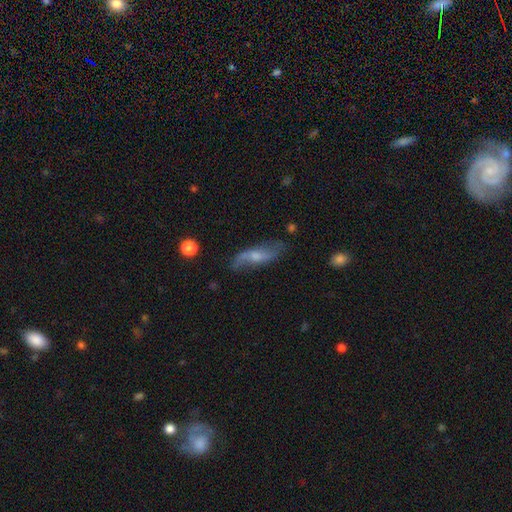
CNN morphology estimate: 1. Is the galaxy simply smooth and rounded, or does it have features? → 68% featured or disk, 24% smooth, 8% star or artifact.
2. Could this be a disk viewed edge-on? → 79% no, 21% yes.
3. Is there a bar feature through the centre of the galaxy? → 51% no, 38% weak, 11% strong.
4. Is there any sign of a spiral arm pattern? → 88% yes, 12% no.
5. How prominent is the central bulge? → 46% moderate, 37% small, 9% none, 6% large, 2% dominant.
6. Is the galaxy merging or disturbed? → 69% none, 20% minor disturbance, 8% major disturbance, 3% merger.